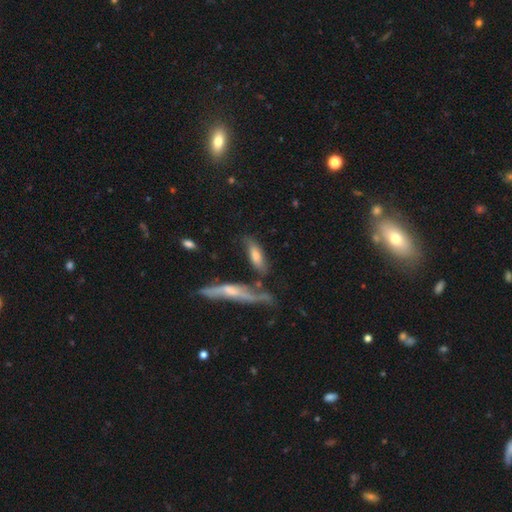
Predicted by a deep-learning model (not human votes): Smooth or featured: smooth — 63% (featured or disk — 29%)
How rounded: in between — 53% (cigar-shaped — 44%)
Merging: none — 50% (merger — 20%)